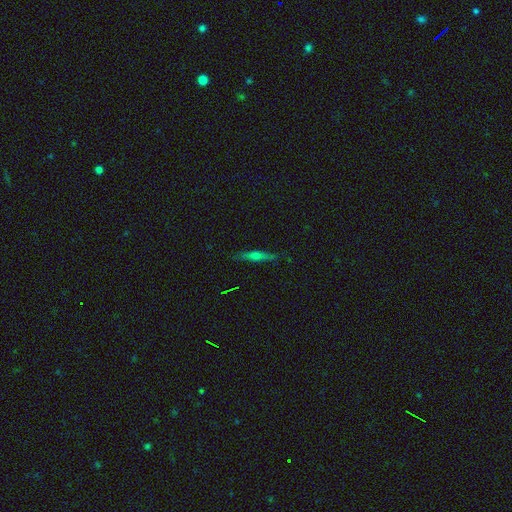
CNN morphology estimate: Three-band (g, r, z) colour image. It shows a featured or disk galaxy (58%) viewed edge-on (95%) with a rounded central bulge (84%). Merging: none (87%).